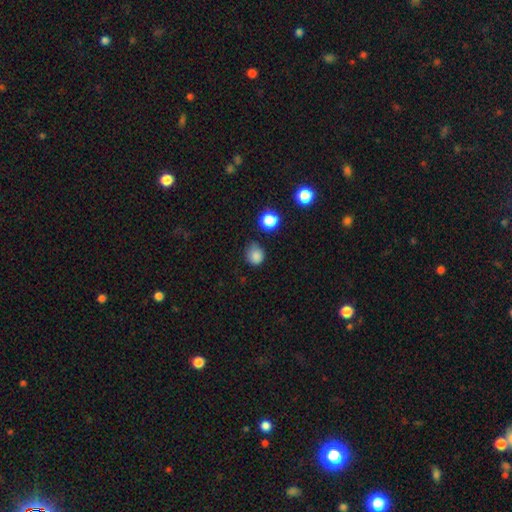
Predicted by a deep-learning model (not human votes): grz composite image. It shows a smooth galaxy with no disk features (83%) that is round (82%). Merging: none (63%).